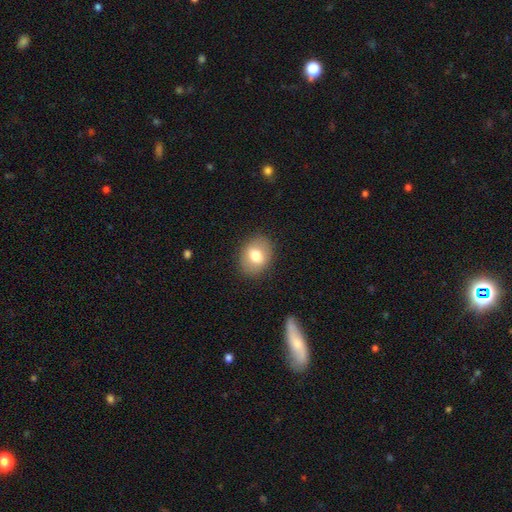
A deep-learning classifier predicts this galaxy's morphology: The model was most divided on "how rounded": in between: 53%, round: 46%, cigar-shaped: 1%. More confident: merging — none (86%); smooth or featured — smooth (72%).